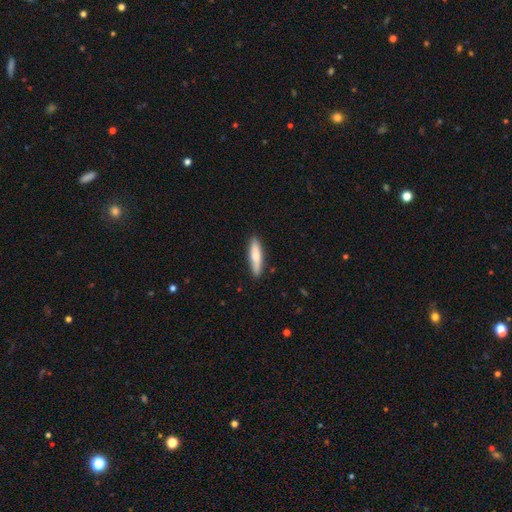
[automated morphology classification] smooth_or_featured: smooth (p=0.76) [alt: featured or disk p=0.19]
how_rounded: cigar-shaped (p=0.76) [alt: in between p=0.22]
merging: none (p=0.86) [alt: minor disturbance p=0.11]